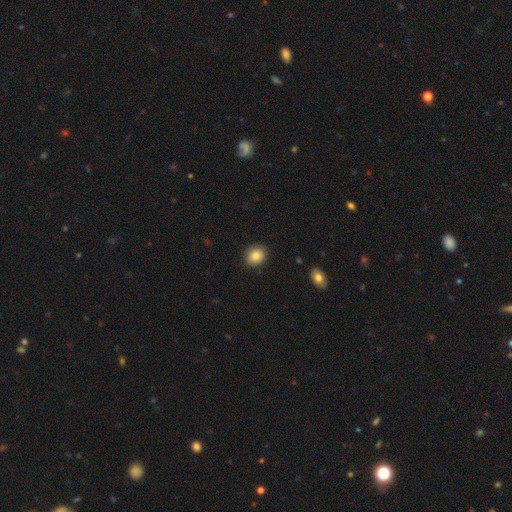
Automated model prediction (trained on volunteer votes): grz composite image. It shows a smooth galaxy with no disk features (82%) that is round (63%). Merging: none (86%).